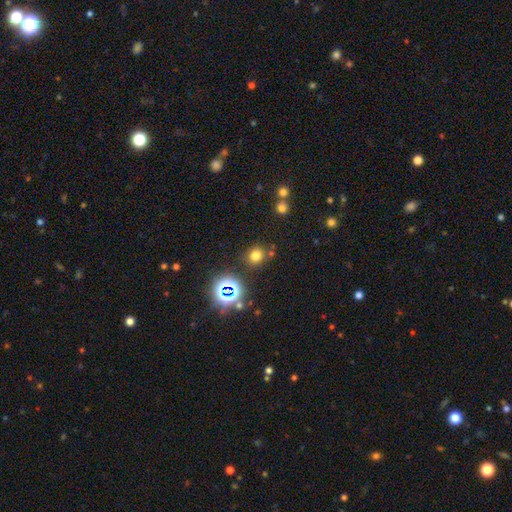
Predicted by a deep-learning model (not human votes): smooth-or-featured: smooth: 70% | star or artifact: 23% | featured or disk: 7%
  how-rounded: round: 82% | in between: 17% | cigar-shaped: 1%
  merging: none: 81% | minor disturbance: 9% | merger: 6% | major disturbance: 4%